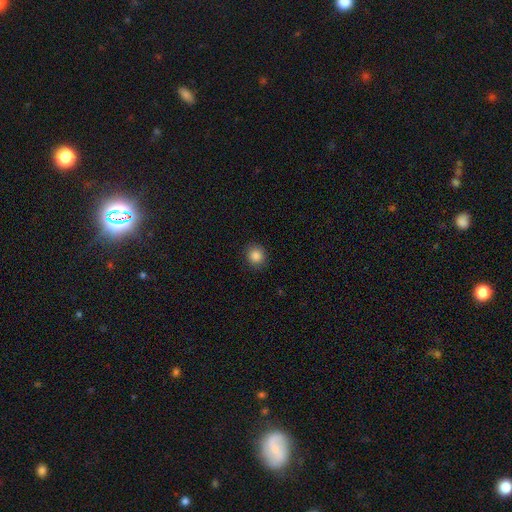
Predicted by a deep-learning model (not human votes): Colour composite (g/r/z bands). It shows a smooth galaxy with no disk features (85%) that is round (84%). Merging: none (89%).